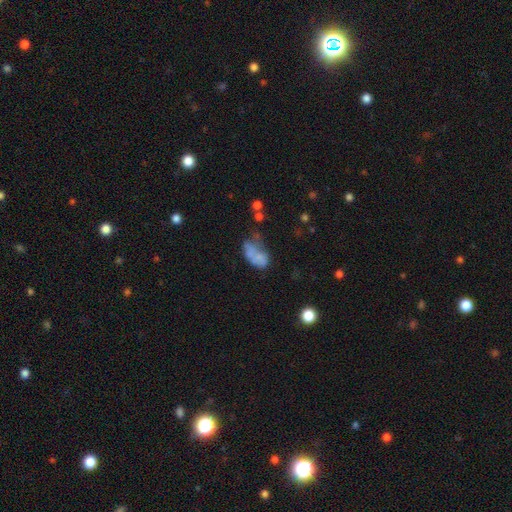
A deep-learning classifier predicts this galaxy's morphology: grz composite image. It shows a smooth galaxy with no disk features (59%) that is in between round and cigar-shaped (89%). Merging: major disturbance (32%).